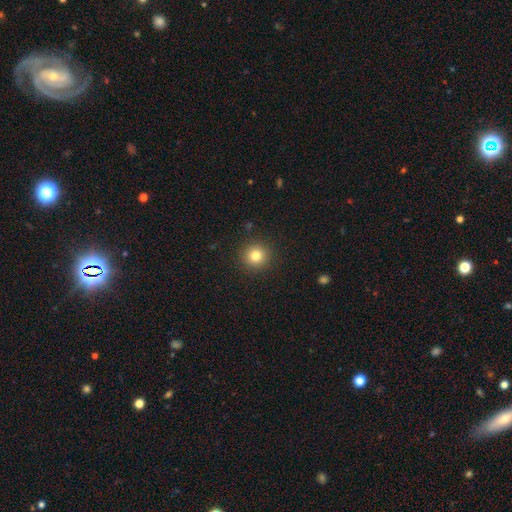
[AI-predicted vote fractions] Smooth or featured? smooth (80%)
How rounded? round (94%)
Merging? none (91%)